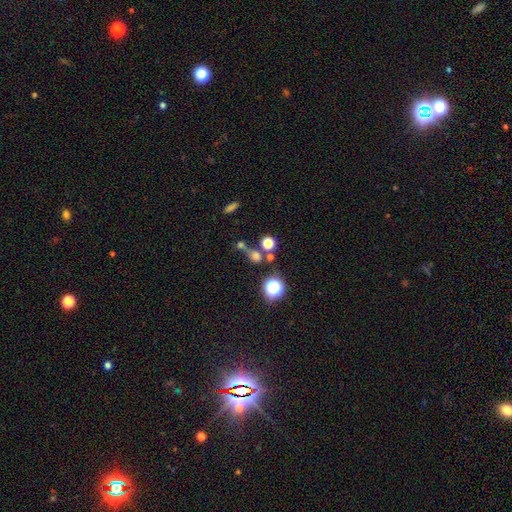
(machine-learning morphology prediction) A smooth galaxy with no disk features (62%) that is round (77%).

Vote fractions:
- Smooth or featured? smooth: 62% / star or artifact: 27% / featured or disk: 11%
- How rounded? round: 77% / in between: 20% / cigar-shaped: 3%
- Merging? none: 46% / merger: 34% / minor disturbance: 10% / major disturbance: 9%